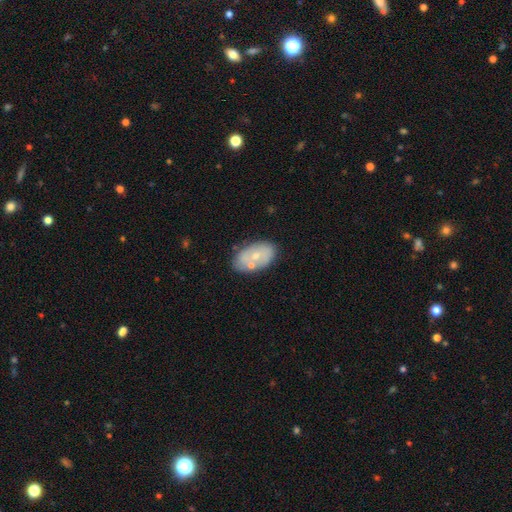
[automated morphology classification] Smooth or featured? Predicted: smooth (p=0.52). How rounded? Predicted: in between (p=0.91). Merging? Predicted: none (p=0.67).